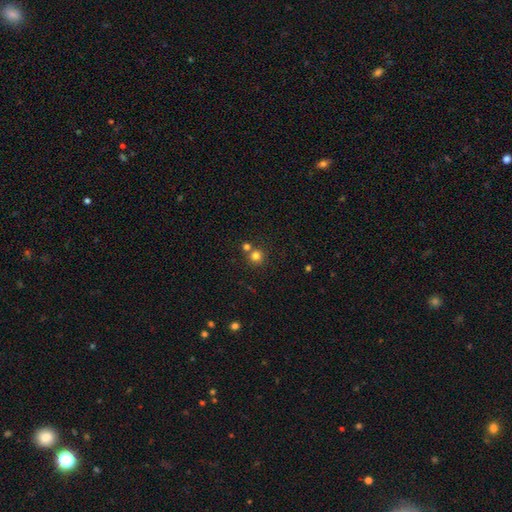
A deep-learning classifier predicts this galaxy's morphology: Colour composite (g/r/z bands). It shows a smooth galaxy with no disk features (79%) that is round (93%). Merging: none (64%).